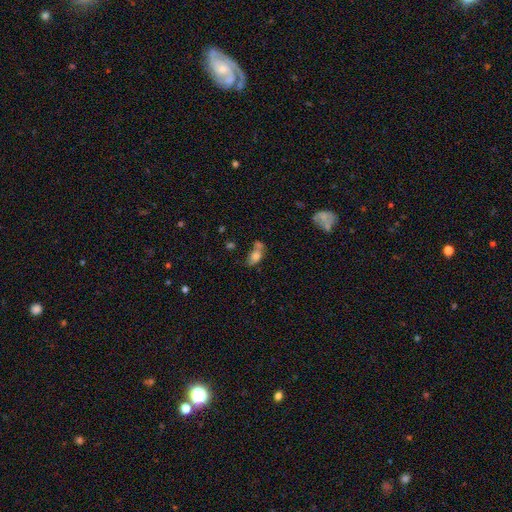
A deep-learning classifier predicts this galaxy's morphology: Smooth or featured? Predicted: smooth (p=0.71). How rounded? Predicted: in between (p=0.81). Merging? Predicted: merger (p=0.40).